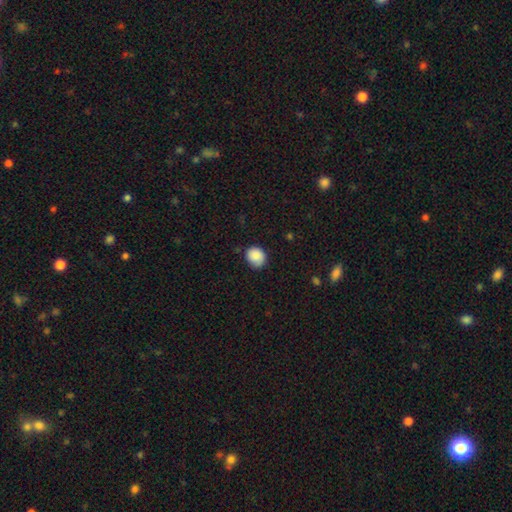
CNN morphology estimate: This appears to be a smooth galaxy with no disk features (86%) that is round (70%). Merging: none (73%).